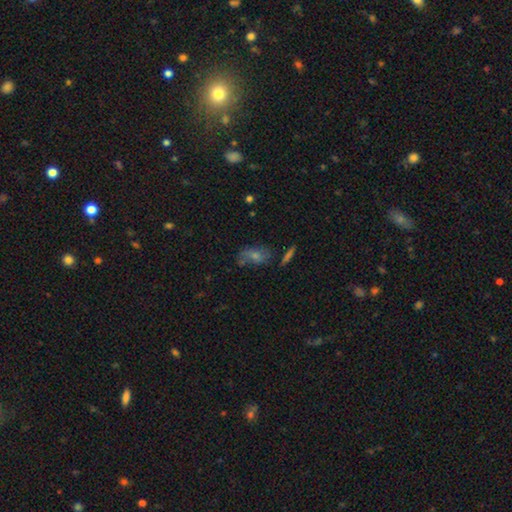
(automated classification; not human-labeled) Smooth or featured? Predicted: smooth (p=0.42). Merging? Predicted: none (p=0.61).